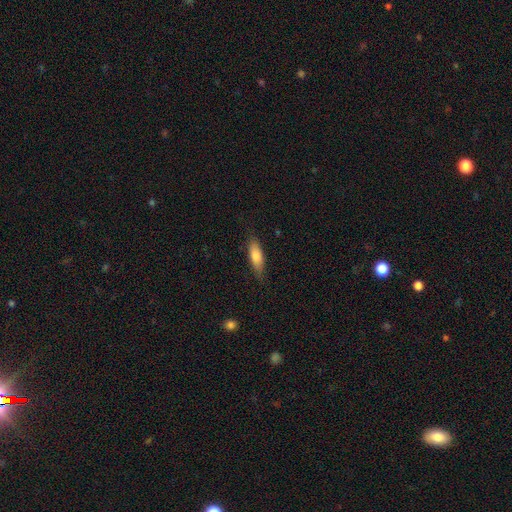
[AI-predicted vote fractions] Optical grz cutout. It shows a smooth galaxy with no disk features (79%) that is in between round and cigar-shaped (61%). Merging: none (80%).